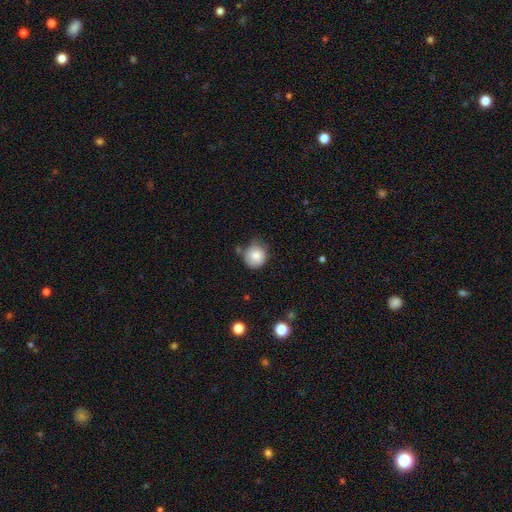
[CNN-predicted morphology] Q: Smooth or featured?
A: smooth (83%); runner-up: star or artifact (9%)
Q: How rounded?
A: round (87%); runner-up: in between (12%)
Q: Merging?
A: none (63%); runner-up: minor disturbance (26%)